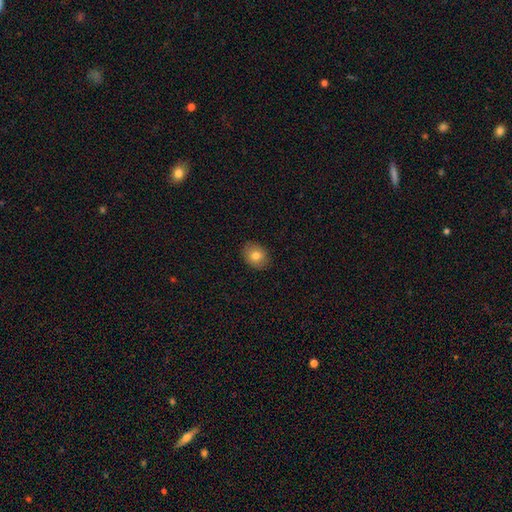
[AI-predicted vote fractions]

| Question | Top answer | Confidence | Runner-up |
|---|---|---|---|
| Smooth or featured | smooth | 80% | featured or disk (11%) |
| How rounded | in between | 53% | round (46%) |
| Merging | none | 88% | minor disturbance (9%) |